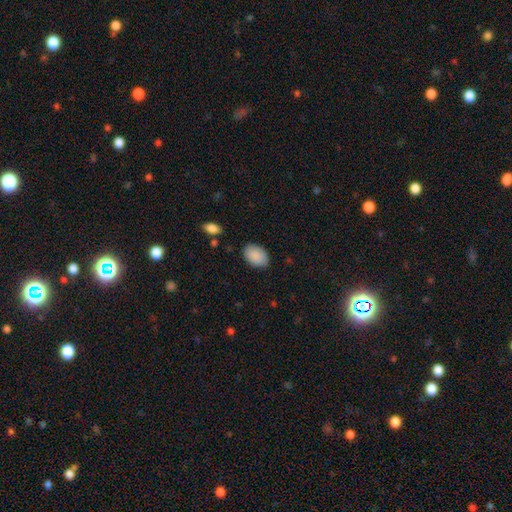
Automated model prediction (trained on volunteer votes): Q: Smooth or featured?
A: smooth (90%); runner-up: star or artifact (6%)
Q: How rounded?
A: in between (87%); runner-up: round (12%)
Q: Merging?
A: none (83%); runner-up: minor disturbance (13%)